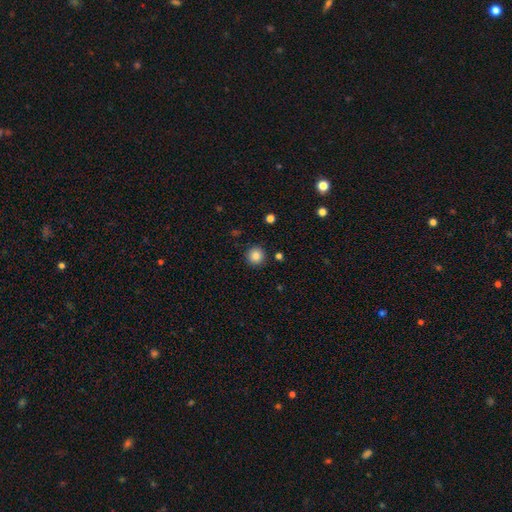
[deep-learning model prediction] Smooth or featured? smooth (85%)
How rounded? round (96%)
Merging? none (91%)